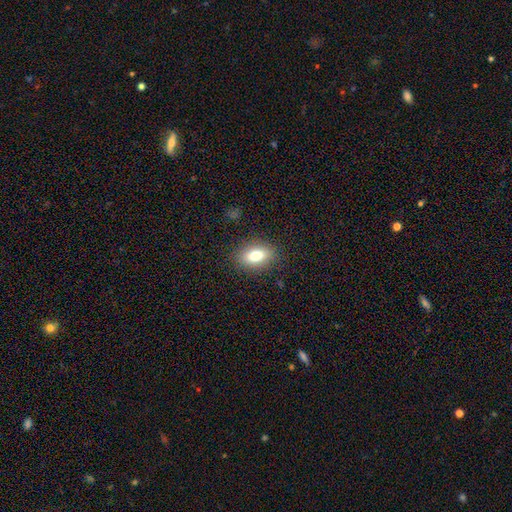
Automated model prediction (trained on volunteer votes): Smooth or featured? smooth (79%)
How rounded? in between (84%)
Merging? none (87%)